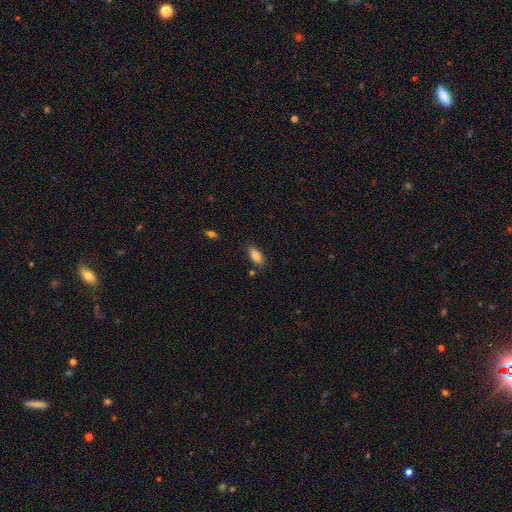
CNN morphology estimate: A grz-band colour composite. It shows a smooth galaxy with no disk features (82%) that is in between round and cigar-shaped (86%). Merging: none (83%).